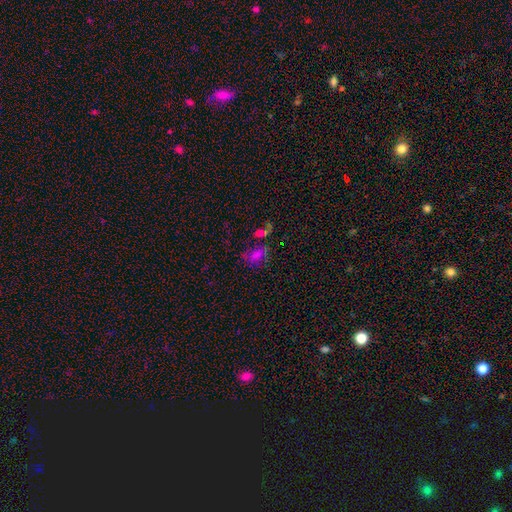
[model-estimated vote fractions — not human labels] The model was most divided on "merging": none: 45%, minor disturbance: 20%, merger: 19%, major disturbance: 15%. More confident: how rounded — in between (76%); smooth or featured — smooth (59%).